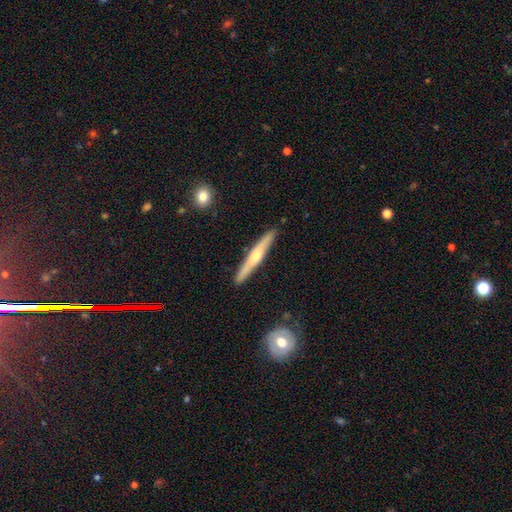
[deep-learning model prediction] A featured or disk galaxy (64%) viewed edge-on (95%) with a rounded central bulge (85%).

Vote fractions:
- Smooth or featured? featured or disk: 64% / smooth: 30% / star or artifact: 6%
- Edge-on disk? yes: 95% / no: 5%
- Edge-on bulge? rounded: 85% / none: 12% / boxy: 3%
- Merging? none: 90% / minor disturbance: 7% / merger: 1% / major disturbance: 1%